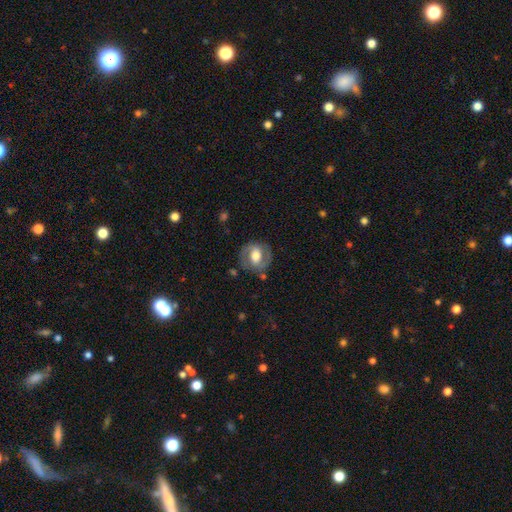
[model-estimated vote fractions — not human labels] Q: Smooth or featured?
A: featured or disk (54%); runner-up: smooth (39%)
Q: Edge-on disk?
A: no (95%); runner-up: yes (5%)
Q: Bar?
A: weak (38%); runner-up: no (36%)
Q: Spiral arms?
A: yes (61%); runner-up: no (39%)
Q: Bulge size?
A: moderate (54%); runner-up: large (32%)
Q: Merging?
A: none (73%); runner-up: minor disturbance (16%)